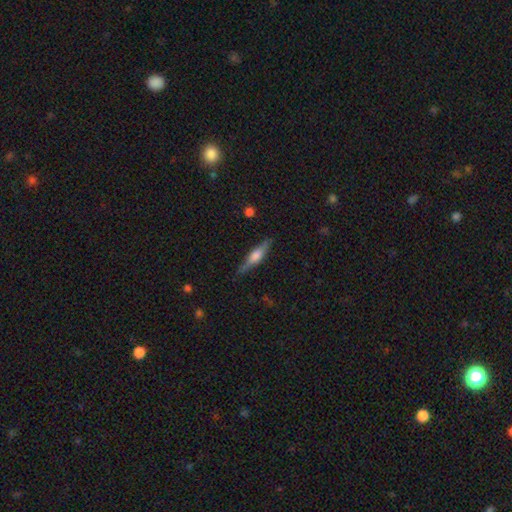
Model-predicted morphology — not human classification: type=featured or disk (60%); edge-on=yes (96%); edge-on bulge=rounded (77%); merging=none (84%).